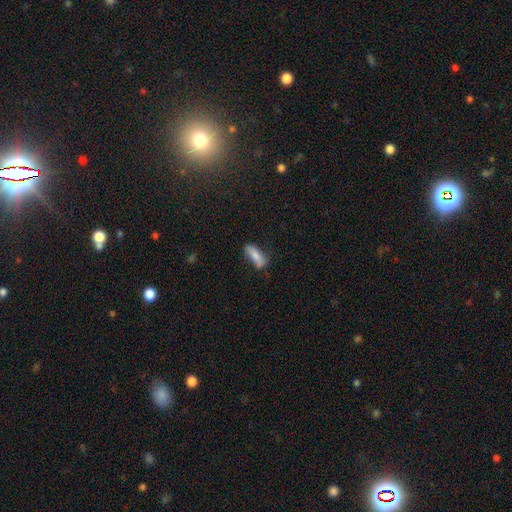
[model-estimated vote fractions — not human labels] The model was most divided on "how rounded": in between: 53%, cigar-shaped: 45%, round: 2%. More confident: smooth or featured — smooth (79%); merging — none (70%).